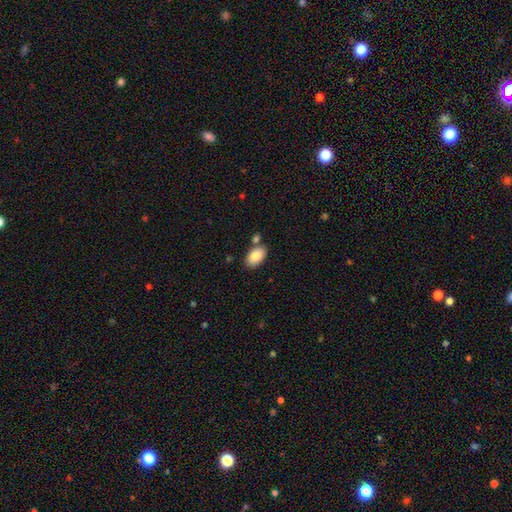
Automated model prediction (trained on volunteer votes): Q: Smooth or featured?
A: smooth (86%); runner-up: featured or disk (8%)
Q: How rounded?
A: in between (94%); runner-up: round (4%)
Q: Merging?
A: none (74%); runner-up: minor disturbance (12%)